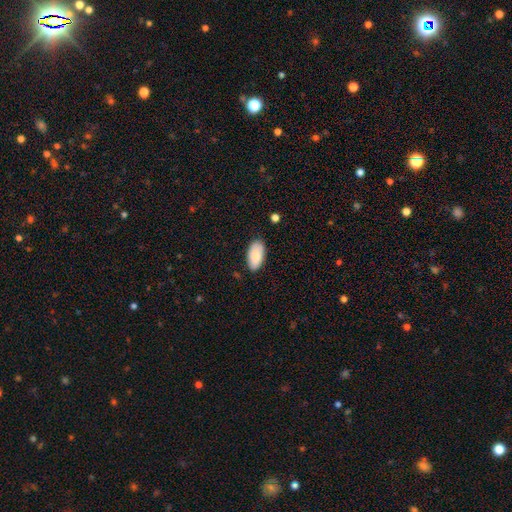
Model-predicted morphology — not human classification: The model was most divided on "merging": none: 81%, minor disturbance: 15%, major disturbance: 3%, merger: 1%. More confident: how rounded — in between (95%); smooth or featured — smooth (82%).